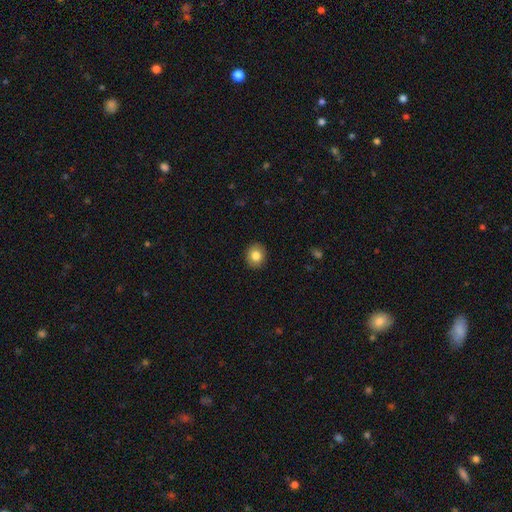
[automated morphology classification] Smooth or featured? Predicted: smooth (p=0.82). How rounded? Predicted: round (p=0.71). Merging? Predicted: none (p=0.90).